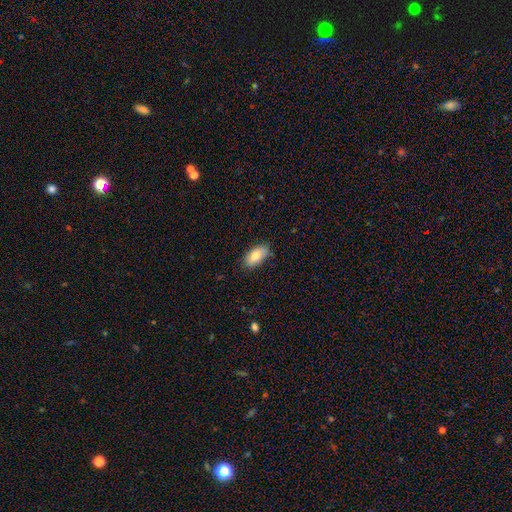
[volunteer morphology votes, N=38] Smooth or featured?
  - smooth: 84% *
  - featured or disk: 8%
  - star or artifact: 8%
How rounded?
  - in between: 84% *
  - cigar-shaped: 16%
  - round: 0%
Merging?
  - none: 80% *
  - minor disturbance: 17%
  - merger: 3%
  - major disturbance: 0%